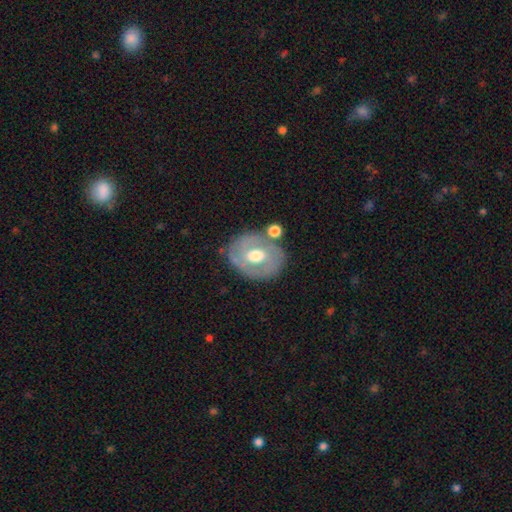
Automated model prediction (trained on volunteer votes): This is likely a featured or disk galaxy (65%). It is clearly not viewed edge-on (95%). Bar: possibly no (56%). Spiral arm pattern: possibly yes (51%). Central bulge: likely moderate (71%). Merging: likely none (68%).